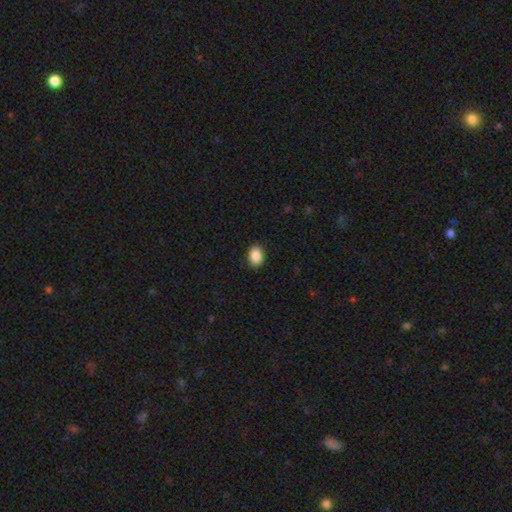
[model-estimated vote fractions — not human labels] smooth-or-featured: smooth: 89% | star or artifact: 8% | featured or disk: 3%
  how-rounded: in between: 78% | round: 21% | cigar-shaped: 1%
  merging: none: 90% | minor disturbance: 7% | major disturbance: 2% | merger: 1%